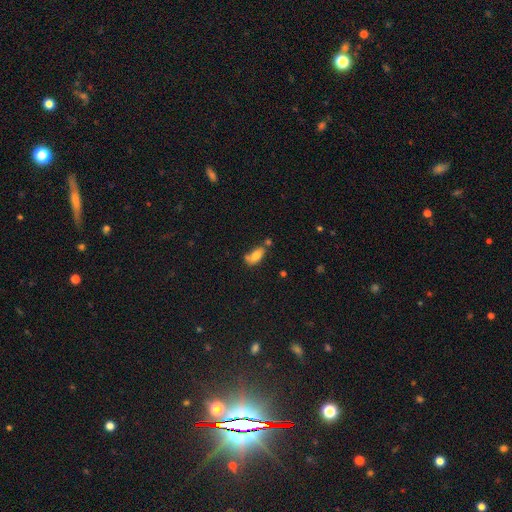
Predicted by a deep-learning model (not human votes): This is likely a smooth galaxy (74%). How rounded: clearly in between (87%). Merging: possibly none (45%).